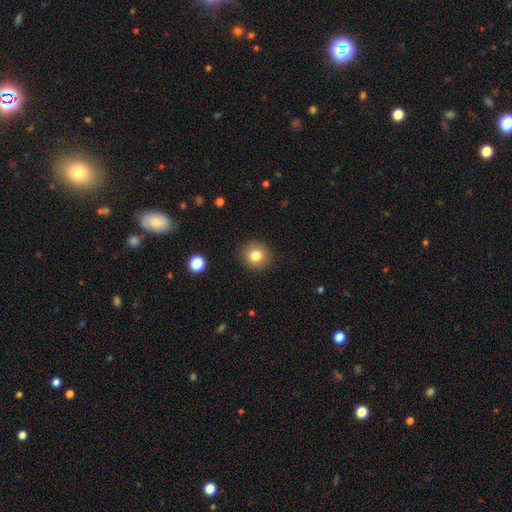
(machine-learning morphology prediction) Smooth or featured? Predicted: smooth (p=0.82). How rounded? Predicted: round (p=0.87). Merging? Predicted: none (p=0.90).